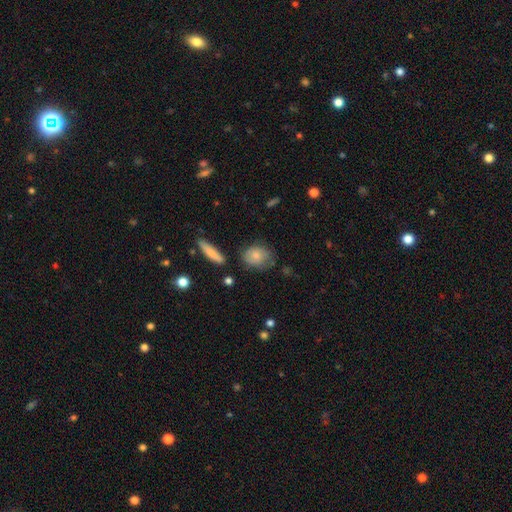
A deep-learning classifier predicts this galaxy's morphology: A smooth galaxy with no disk features (72%) that is in between round and cigar-shaped (55%). Merging: none (61%).